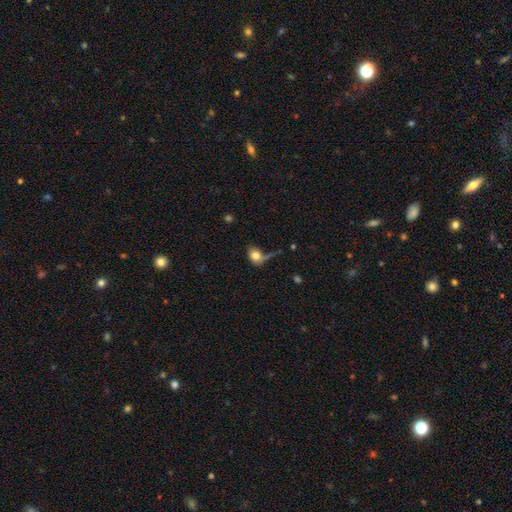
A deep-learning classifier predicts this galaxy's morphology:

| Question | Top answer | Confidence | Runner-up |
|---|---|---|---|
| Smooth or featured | smooth | 75% | featured or disk (16%) |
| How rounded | in between | 64% | round (34%) |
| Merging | none | 36% | major disturbance (30%) |